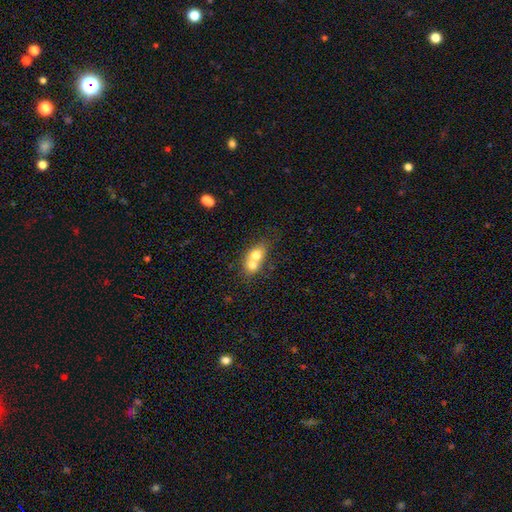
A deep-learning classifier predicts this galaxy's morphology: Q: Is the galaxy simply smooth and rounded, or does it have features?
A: smooth — 68%.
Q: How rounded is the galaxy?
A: round — 52%.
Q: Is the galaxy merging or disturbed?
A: merger — 72%.